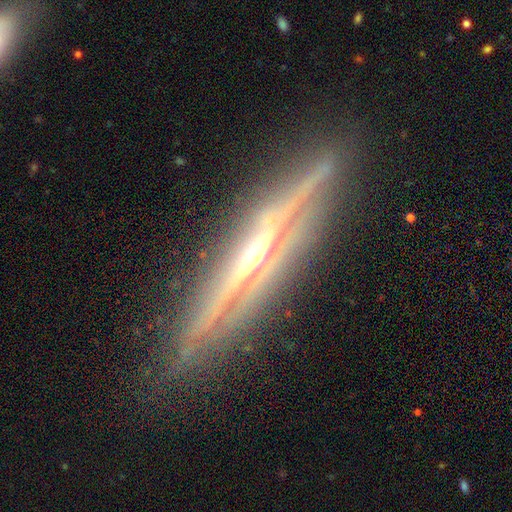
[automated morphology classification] Overall: featured or disk (83%). Edge-on disk: yes (94%). Edge-on bulge: rounded (72%). Merging: none (83%).